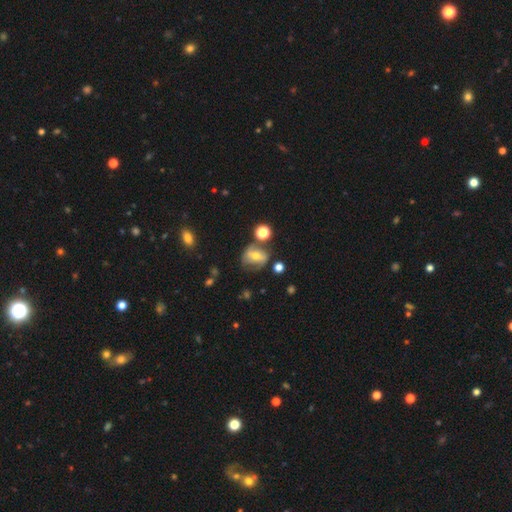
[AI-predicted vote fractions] A featured or disk galaxy (46%).

Vote fractions:
- Smooth or featured? featured or disk: 46% / smooth: 43% / star or artifact: 12%
- Merging? none: 55% / minor disturbance: 23% / major disturbance: 12% / merger: 11%